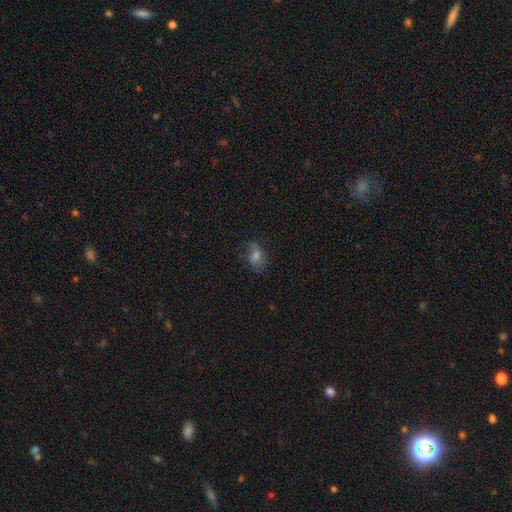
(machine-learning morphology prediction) This appears to be a smooth galaxy with no disk features (43%). Merging: none (55%).